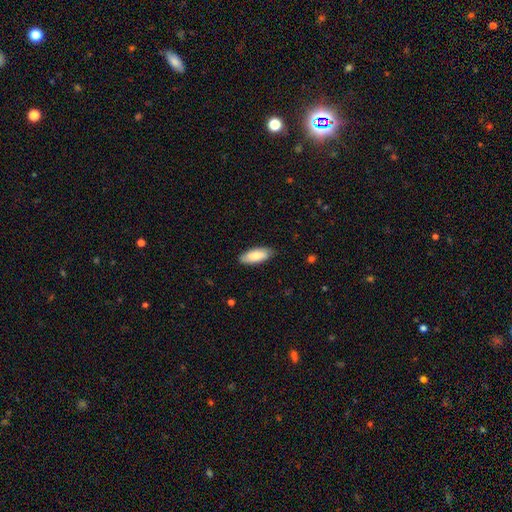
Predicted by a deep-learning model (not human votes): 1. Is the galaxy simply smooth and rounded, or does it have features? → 79% smooth, 16% featured or disk, 6% star or artifact.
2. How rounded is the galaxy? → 82% in between, 17% cigar-shaped, 2% round.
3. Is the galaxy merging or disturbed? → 83% none, 14% minor disturbance, 2% major disturbance, 1% merger.